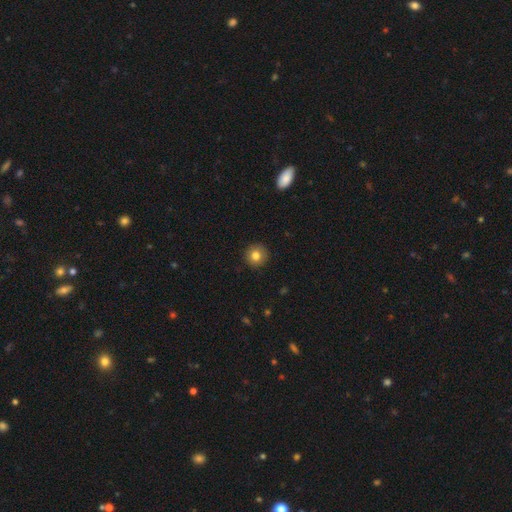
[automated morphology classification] Smooth or featured? Predicted: smooth (p=0.82). How rounded? Predicted: round (p=0.95). Merging? Predicted: none (p=0.92).